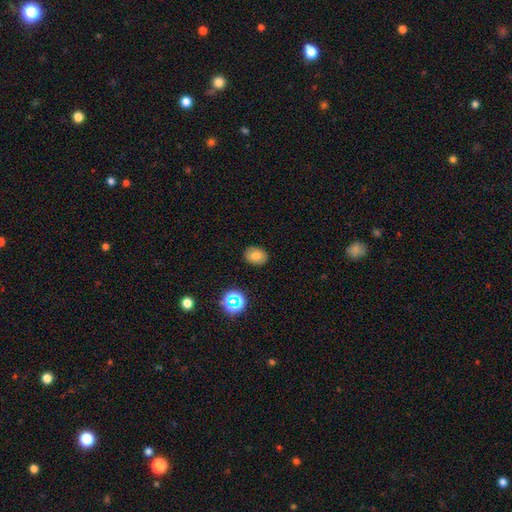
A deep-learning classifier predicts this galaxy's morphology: This appears to be a smooth galaxy with no disk features (76%) that is in between round and cigar-shaped (70%). Merging: none (87%).